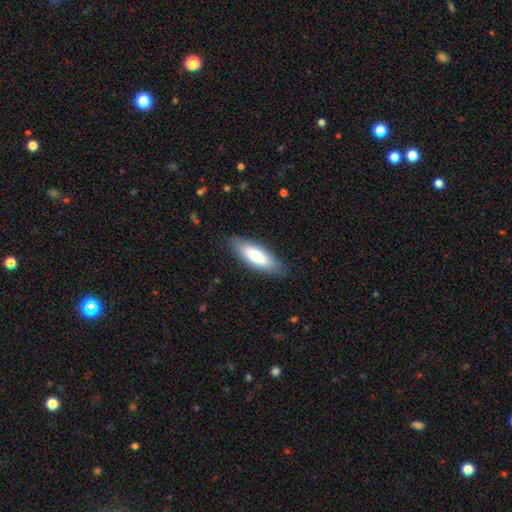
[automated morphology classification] Smooth or featured?
  - smooth: 76% *
  - featured or disk: 18%
  - star or artifact: 6%
How rounded?
  - in between: 68% *
  - cigar-shaped: 30%
  - round: 2%
Merging?
  - none: 85% *
  - minor disturbance: 12%
  - major disturbance: 3%
  - merger: 1%